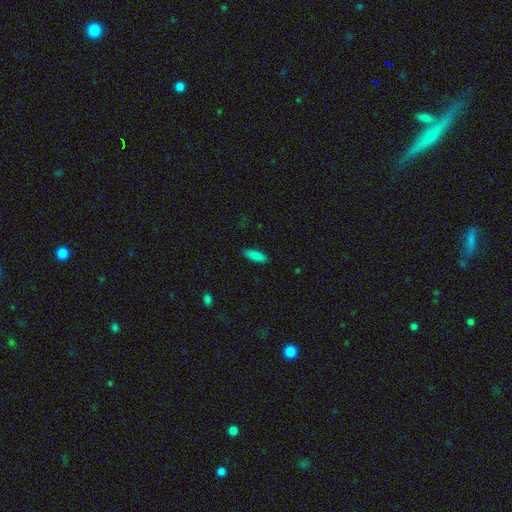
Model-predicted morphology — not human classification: A smooth galaxy with no disk features (87%) that is in between round and cigar-shaped (60%).

Vote fractions:
- Smooth or featured? smooth: 87% / star or artifact: 8% / featured or disk: 5%
- How rounded? in between: 60% / cigar-shaped: 38% / round: 2%
- Merging? none: 88% / minor disturbance: 9% / major disturbance: 2% / merger: 1%